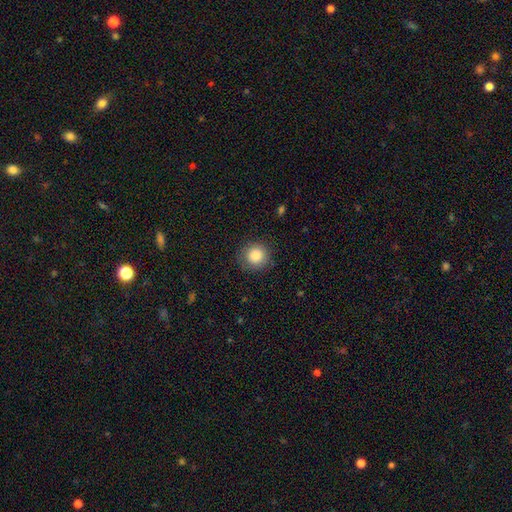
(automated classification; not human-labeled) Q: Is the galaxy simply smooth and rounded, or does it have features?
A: smooth — 86%.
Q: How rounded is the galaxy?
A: round — 92%.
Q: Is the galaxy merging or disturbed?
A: none — 87%.